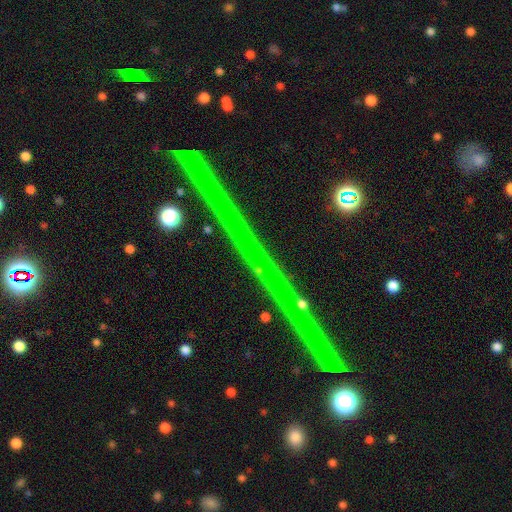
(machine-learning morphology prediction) A star or artifact, not a galaxy (74%).

Vote fractions:
- Smooth or featured? star or artifact: 74% / featured or disk: 18% / smooth: 8%